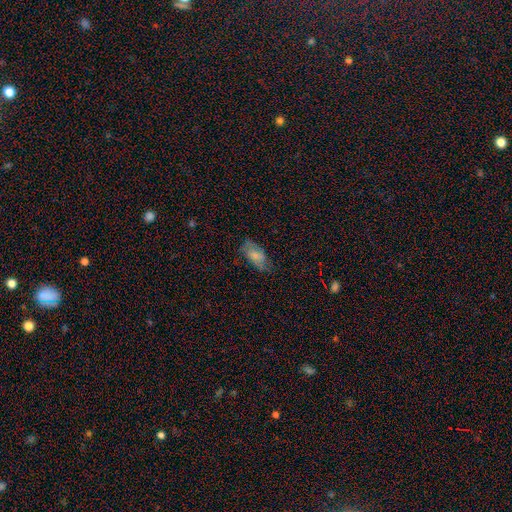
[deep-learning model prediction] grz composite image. It shows a smooth galaxy with no disk features (68%) that is in between round and cigar-shaped (91%). Merging: none (62%).